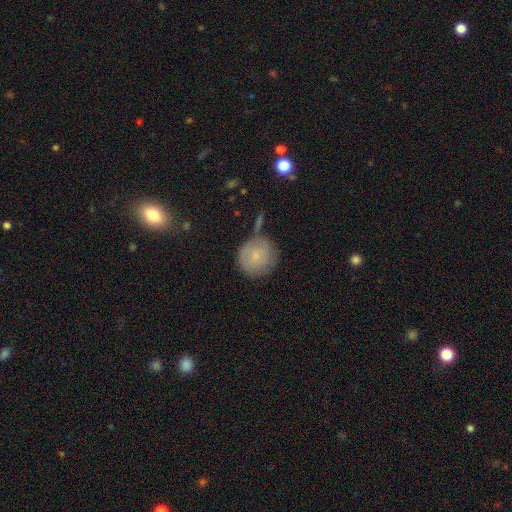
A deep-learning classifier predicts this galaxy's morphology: A smooth galaxy with no disk features (76%) that is round (91%). Merging: none (68%).